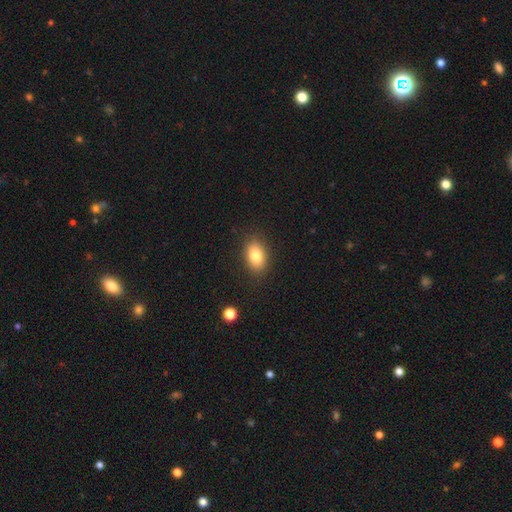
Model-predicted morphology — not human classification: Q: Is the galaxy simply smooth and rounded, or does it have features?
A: smooth — 82%.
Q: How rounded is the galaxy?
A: in between — 86%.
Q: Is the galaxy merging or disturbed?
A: none — 86%.